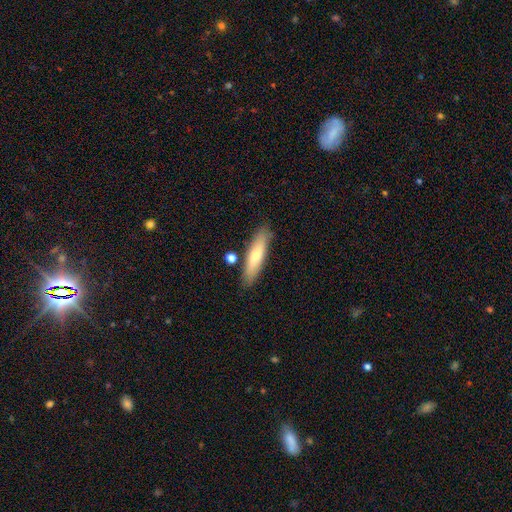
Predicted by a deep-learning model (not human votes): smooth-or-featured: smooth: 68% | featured or disk: 26% | star or artifact: 6%
  how-rounded: cigar-shaped: 75% | in between: 24% | round: 2%
  merging: none: 82% | minor disturbance: 11% | merger: 5% | major disturbance: 2%